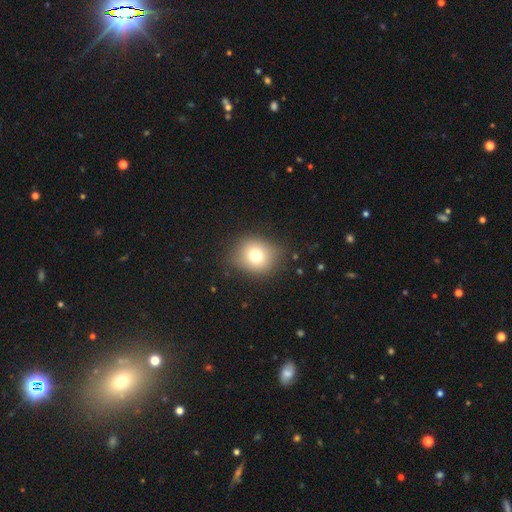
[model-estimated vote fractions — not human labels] Morphology: type=smooth (73%); roundness=round (70%); merging=none (79%).